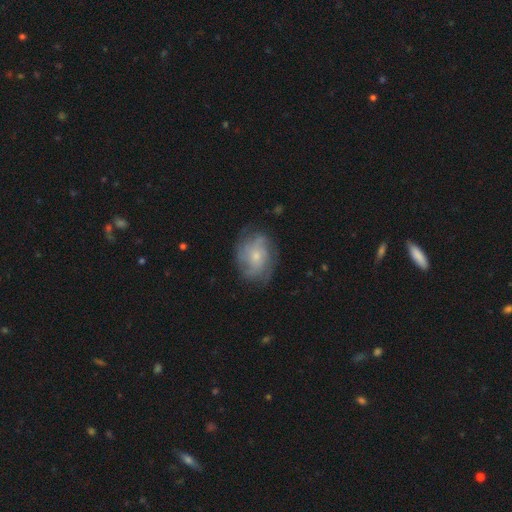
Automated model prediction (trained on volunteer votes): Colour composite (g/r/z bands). It shows a featured or disk galaxy (59%) with no bar (78%), spiral arms (79%) and a small central bulge (58%). Merging: none (69%).